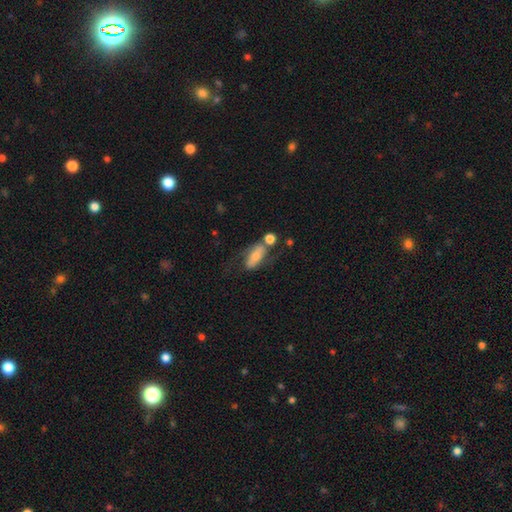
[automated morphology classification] The model was most divided on "merging": none: 40%, merger: 25%, minor disturbance: 20%, major disturbance: 15%. More confident: how rounded — in between (76%); smooth or featured — smooth (57%).